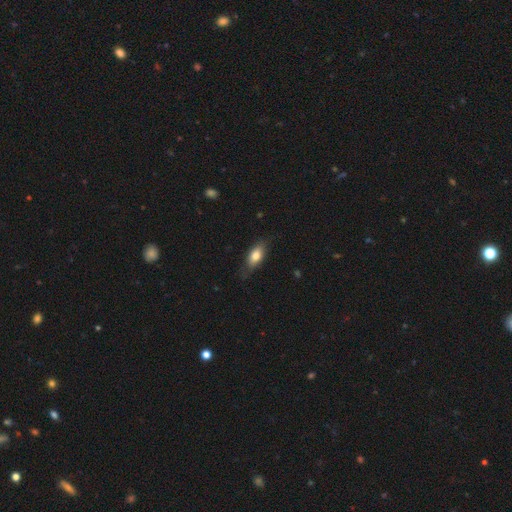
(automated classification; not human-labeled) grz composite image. It shows a smooth galaxy with no disk features (75%) that is in between round and cigar-shaped (82%). Merging: none (74%).